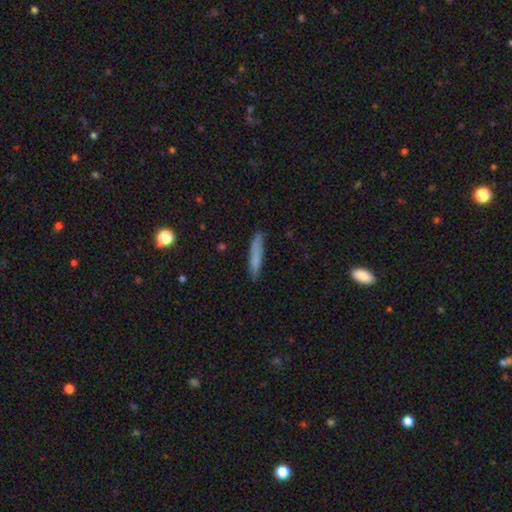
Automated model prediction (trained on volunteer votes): Smooth or featured: smooth — 76% (featured or disk — 16%)
How rounded: cigar-shaped — 91% (in between — 7%)
Merging: none — 83% (minor disturbance — 13%)